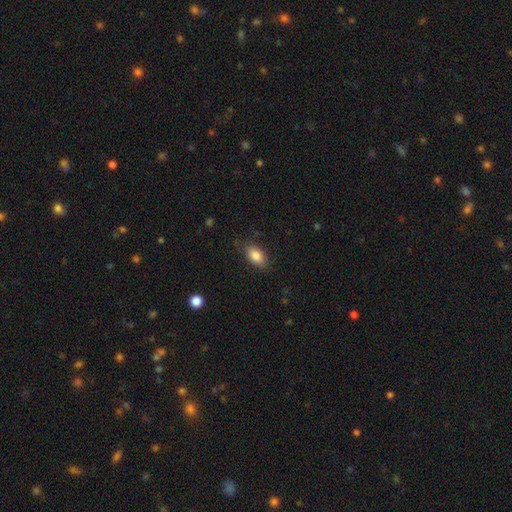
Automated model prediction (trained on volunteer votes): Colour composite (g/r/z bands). It shows a smooth galaxy with no disk features (85%) that is in between round and cigar-shaped (90%). Merging: none (81%).